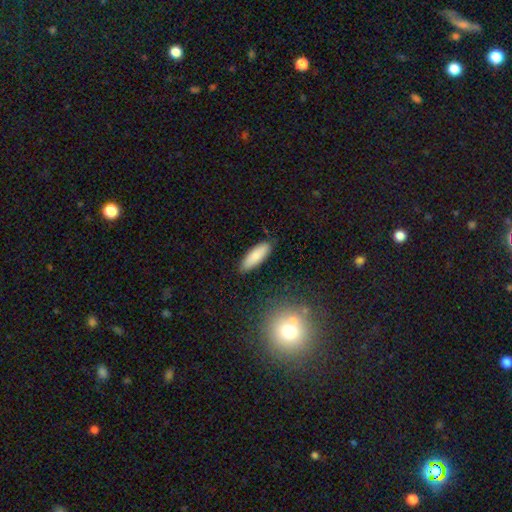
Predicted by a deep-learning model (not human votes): A smooth galaxy with no disk features (84%) that is in between round and cigar-shaped (59%).

Vote fractions:
- Smooth or featured? smooth: 84% / featured or disk: 10% / star or artifact: 6%
- How rounded? in between: 59% / cigar-shaped: 40% / round: 2%
- Merging? none: 87% / minor disturbance: 10% / major disturbance: 2% / merger: 1%